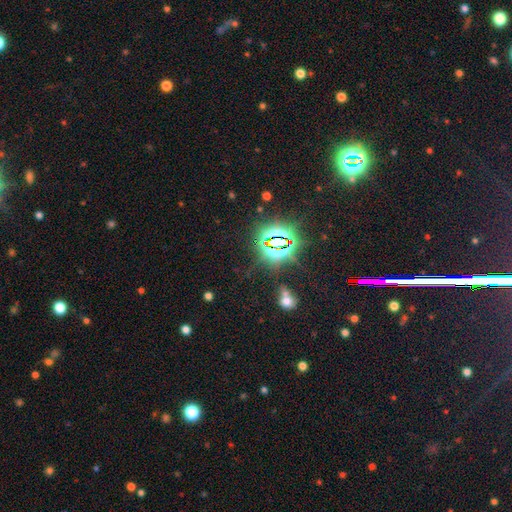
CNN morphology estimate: Overall: star or artifact (80%).